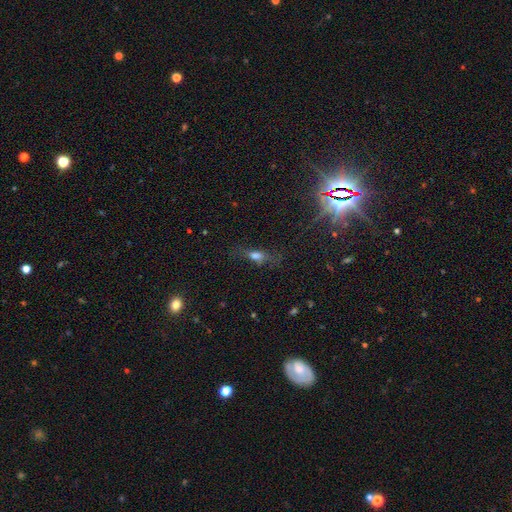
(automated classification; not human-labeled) smooth-or-featured: smooth: 54% | featured or disk: 23% | star or artifact: 23%
  how-rounded: in between: 54% | cigar-shaped: 39% | round: 7%
  merging: none: 62% | minor disturbance: 21% | major disturbance: 14% | merger: 3%